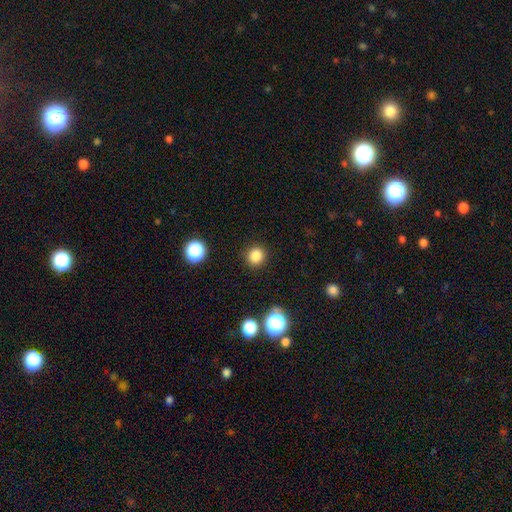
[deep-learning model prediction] A smooth galaxy with no disk features (83%) that is round (90%).

Vote fractions:
- Smooth or featured? smooth: 83% / star or artifact: 13% / featured or disk: 4%
- How rounded? round: 90% / in between: 9% / cigar-shaped: 1%
- Merging? none: 90% / minor disturbance: 6% / major disturbance: 3% / merger: 1%